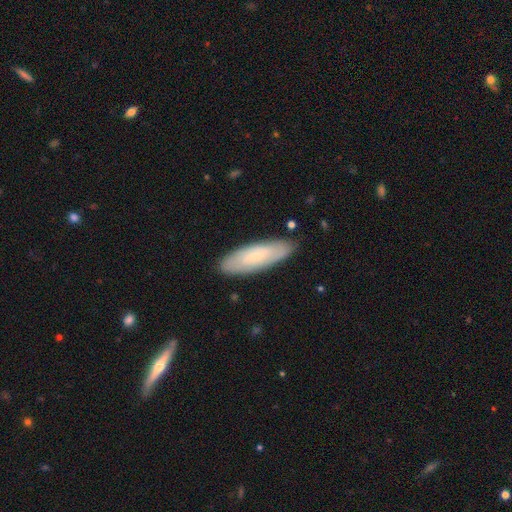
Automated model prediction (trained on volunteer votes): Smooth or featured? smooth (60%)
How rounded? in between (52%)
Merging? none (85%)